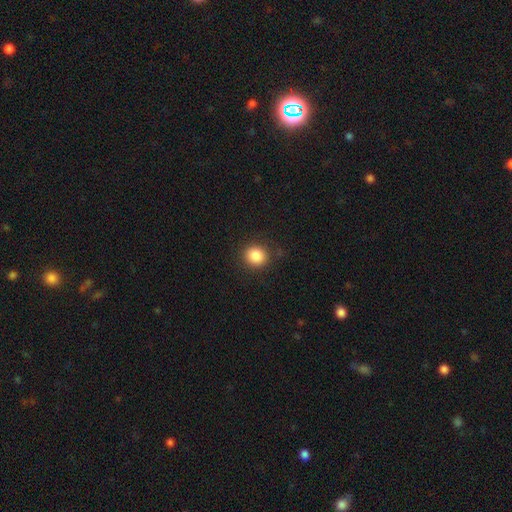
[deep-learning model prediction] Q: Smooth or featured?
A: smooth (86%); runner-up: star or artifact (10%)
Q: How rounded?
A: round (85%); runner-up: in between (14%)
Q: Merging?
A: none (87%); runner-up: minor disturbance (9%)